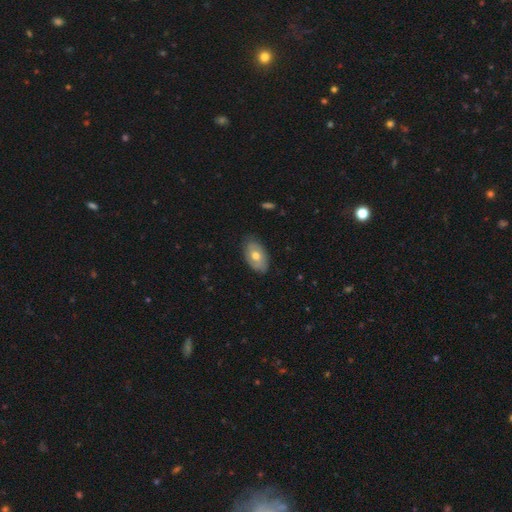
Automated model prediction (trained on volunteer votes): smooth-or-featured: smooth: 54% | featured or disk: 40% | star or artifact: 6%
  how-rounded: in between: 91% | round: 7% | cigar-shaped: 2%
  merging: none: 77% | minor disturbance: 19% | major disturbance: 3% | merger: 1%